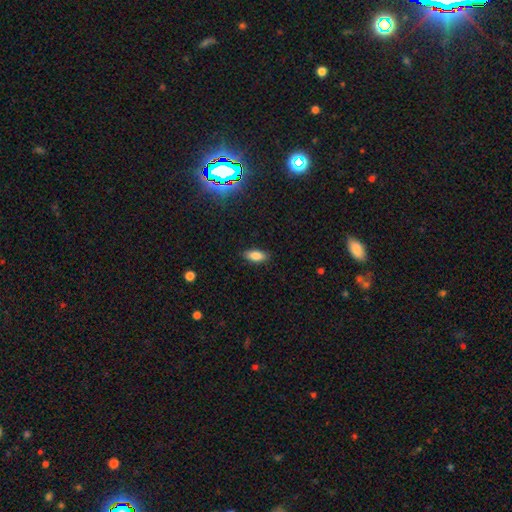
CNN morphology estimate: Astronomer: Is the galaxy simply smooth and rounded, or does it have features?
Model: smooth — 84%.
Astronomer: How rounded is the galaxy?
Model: in between — 86%.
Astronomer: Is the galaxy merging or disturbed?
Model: none — 87%.